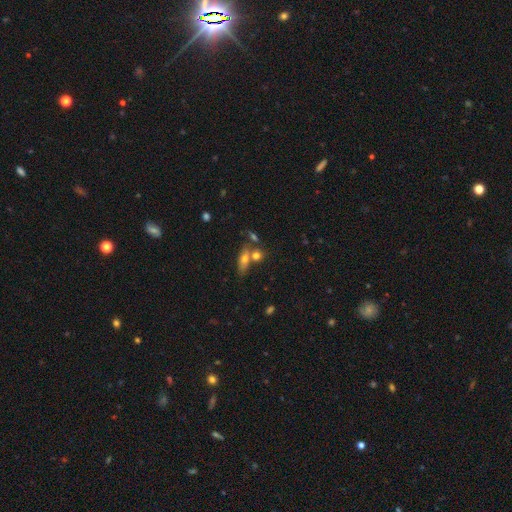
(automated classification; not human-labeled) A smooth galaxy with no disk features (66%) that is in between round and cigar-shaped (50%).

Vote fractions:
- Smooth or featured? smooth: 66% / featured or disk: 22% / star or artifact: 12%
- How rounded? in between: 50% / round: 34% / cigar-shaped: 16%
- Merging? none: 45% / merger: 38% / minor disturbance: 11% / major disturbance: 5%